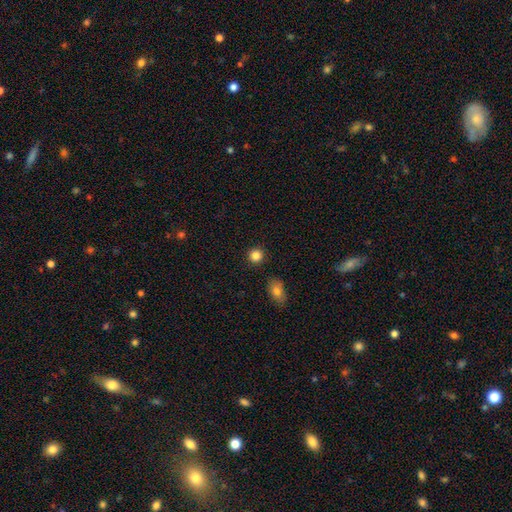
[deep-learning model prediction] A smooth galaxy with no disk features (85%) that is round (91%).

Vote fractions:
- Smooth or featured? smooth: 85% / star or artifact: 11% / featured or disk: 4%
- How rounded? round: 91% / in between: 8% / cigar-shaped: 1%
- Merging? none: 90% / minor disturbance: 6% / merger: 2% / major disturbance: 2%